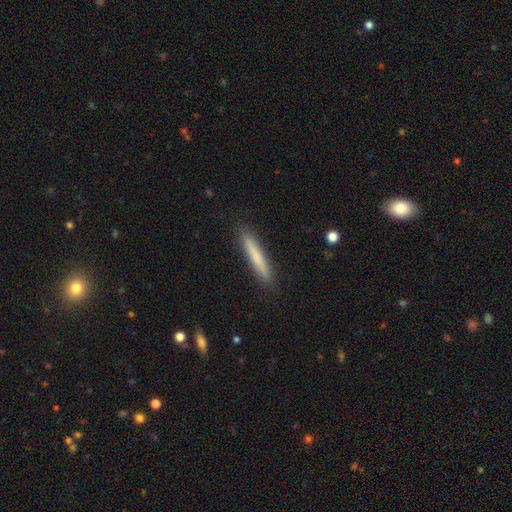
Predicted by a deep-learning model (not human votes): Smooth or featured?
  - smooth: 73% *
  - featured or disk: 20%
  - star or artifact: 6%
How rounded?
  - cigar-shaped: 95% *
  - in between: 4%
  - round: 1%
Merging?
  - none: 90% *
  - minor disturbance: 7%
  - major disturbance: 1%
  - merger: 1%